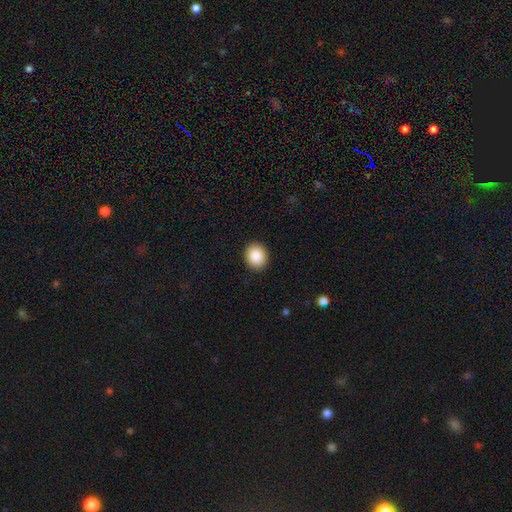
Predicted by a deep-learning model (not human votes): This appears to be a smooth galaxy with no disk features (88%) that is round (66%). Merging: none (92%).